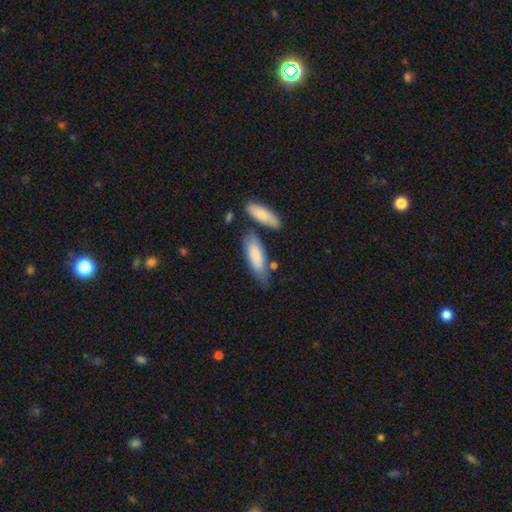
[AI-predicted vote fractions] Overall: smooth (81%). How rounded: in between (58%; cigar-shaped 40%). Merging: none (62%).